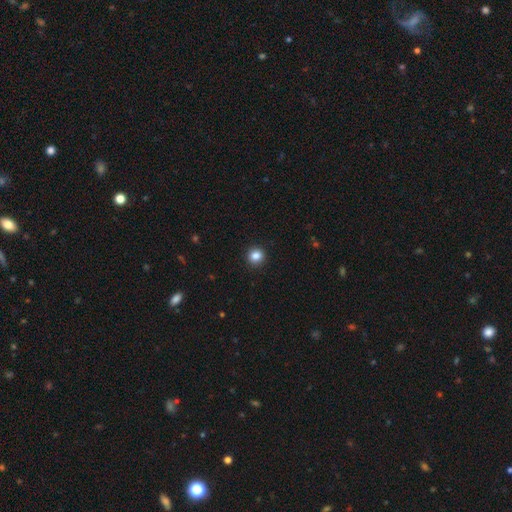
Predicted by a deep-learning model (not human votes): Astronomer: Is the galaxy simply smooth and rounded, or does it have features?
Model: smooth — 85%.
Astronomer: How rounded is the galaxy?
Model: round — 90%.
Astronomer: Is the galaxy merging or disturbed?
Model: none — 92%.